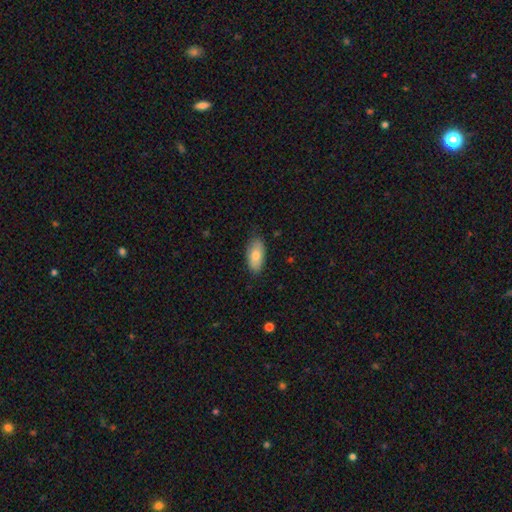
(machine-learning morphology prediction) Smooth or featured? smooth (79%)
How rounded? in between (91%)
Merging? none (83%)